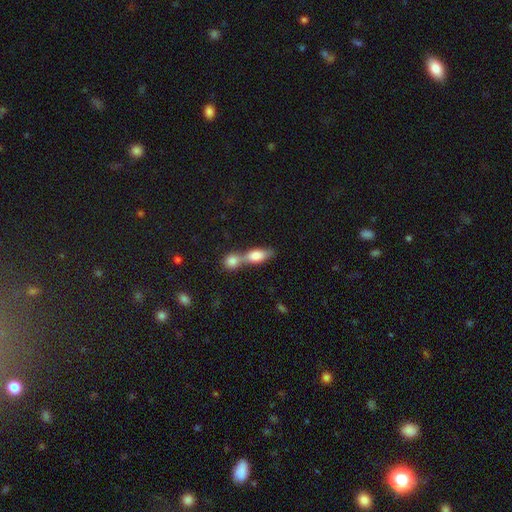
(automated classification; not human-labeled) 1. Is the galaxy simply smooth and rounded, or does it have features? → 74% smooth, 19% featured or disk, 7% star or artifact.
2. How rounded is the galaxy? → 69% in between, 21% cigar-shaped, 10% round.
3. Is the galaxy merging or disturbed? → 67% merger, 24% none, 6% minor disturbance, 4% major disturbance.